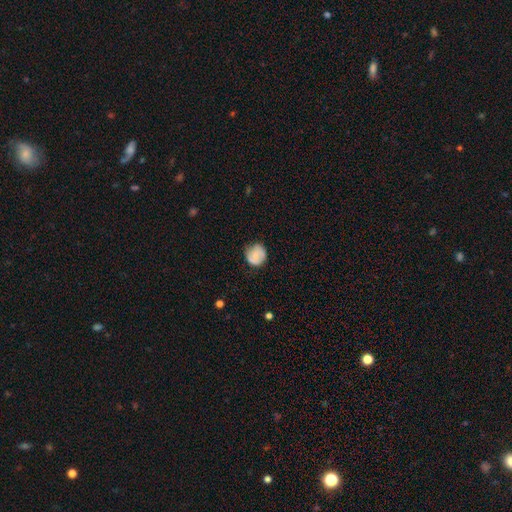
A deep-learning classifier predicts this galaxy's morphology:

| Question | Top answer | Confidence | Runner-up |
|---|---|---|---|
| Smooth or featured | smooth | 64% | featured or disk (29%) |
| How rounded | round | 84% | in between (15%) |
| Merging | none | 68% | minor disturbance (25%) |